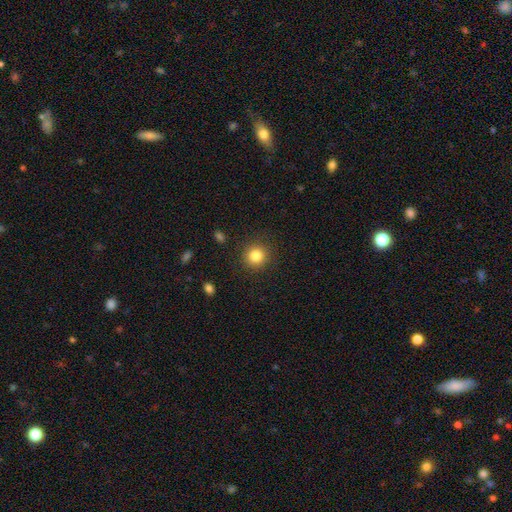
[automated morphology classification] This is clearly a smooth galaxy (83%). How rounded: clearly round (92%). Merging: clearly none (89%).